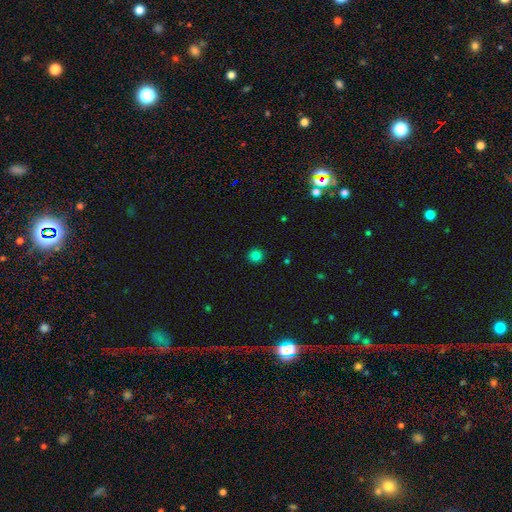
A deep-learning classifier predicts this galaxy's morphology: This is clearly a smooth galaxy (82%). How rounded: clearly round (92%). Merging: clearly none (91%).